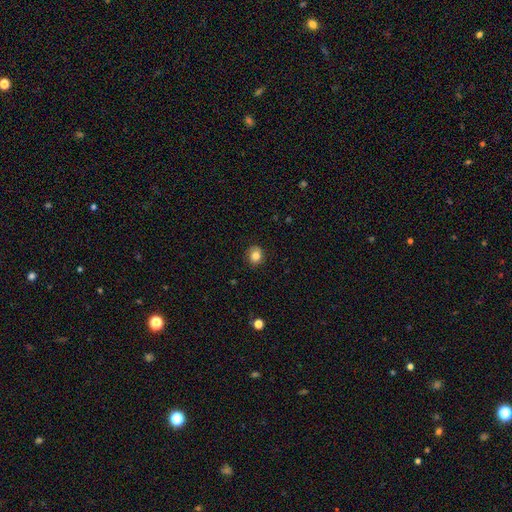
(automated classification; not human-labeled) The model was most divided on "how rounded": round: 69%, in between: 30%, cigar-shaped: 1%. More confident: merging — none (86%); smooth or featured — smooth (83%).